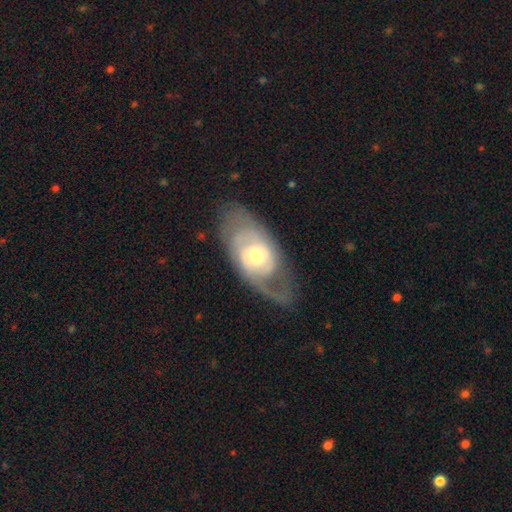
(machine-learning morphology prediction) The model was most divided on "spiral winding": tight: 45%, medium: 38%, loose: 16%. More confident: edge-on disk — no (92%); spiral arms — yes (84%); smooth or featured — featured or disk (77%); merging — none (66%); bulge size — moderate (64%); spiral arm count — 2 (57%); bar — no (56%).